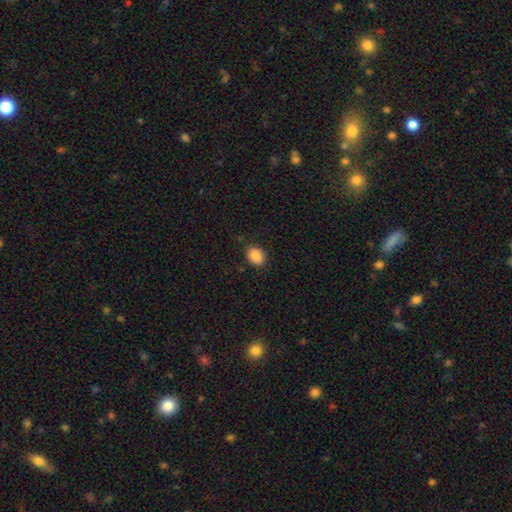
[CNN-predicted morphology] Smooth or featured: smooth — 89% (star or artifact — 8%)
How rounded: in between — 67% (round — 33%)
Merging: none — 85% (minor disturbance — 12%)